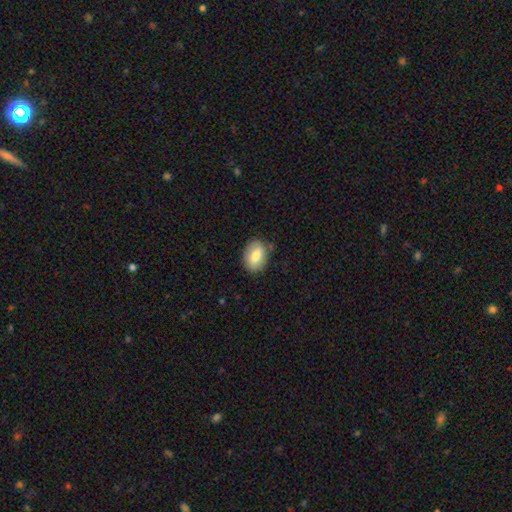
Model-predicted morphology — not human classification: Smooth or featured: smooth — 75% (featured or disk — 18%)
How rounded: in between — 79% (round — 19%)
Merging: none — 79% (minor disturbance — 16%)